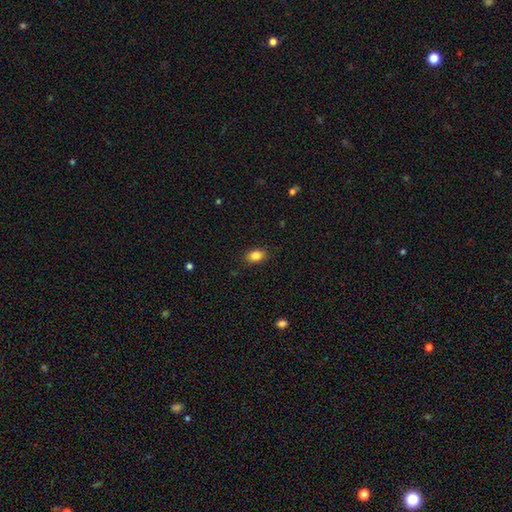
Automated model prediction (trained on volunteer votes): A smooth galaxy with no disk features (86%) that is in between round and cigar-shaped (83%).

Vote fractions:
- Smooth or featured? smooth: 86% / star or artifact: 9% / featured or disk: 5%
- How rounded? in between: 83% / round: 15% / cigar-shaped: 1%
- Merging? none: 88% / minor disturbance: 9% / major disturbance: 2% / merger: 1%